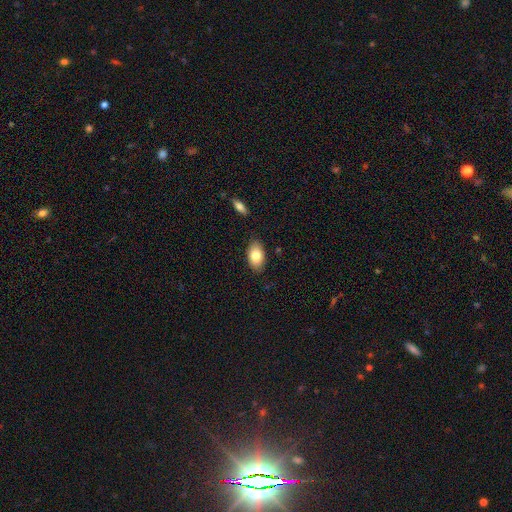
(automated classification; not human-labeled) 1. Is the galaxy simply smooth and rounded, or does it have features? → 82% smooth, 11% featured or disk, 7% star or artifact.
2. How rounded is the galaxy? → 92% in between, 6% round, 2% cigar-shaped.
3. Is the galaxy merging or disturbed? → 85% none, 11% minor disturbance, 2% major disturbance, 2% merger.